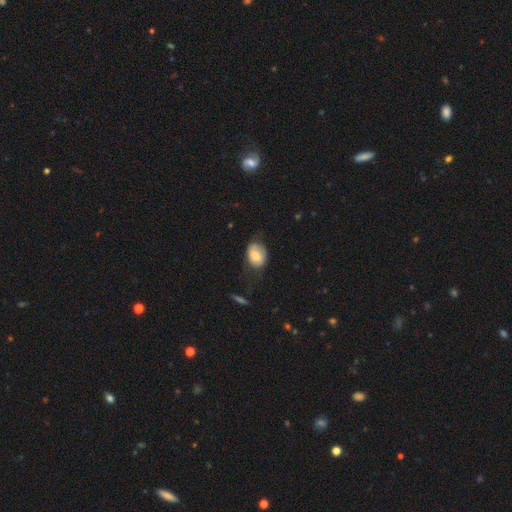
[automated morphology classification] This appears to be a smooth galaxy with no disk features (74%) that is in between round and cigar-shaped (71%). Merging: none (59%).